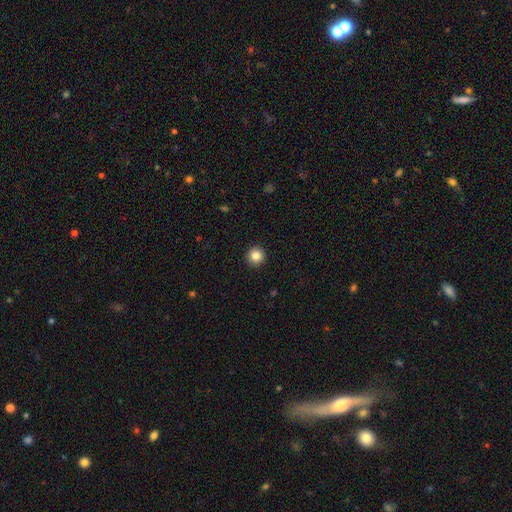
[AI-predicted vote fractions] This is clearly a smooth galaxy (86%). How rounded: clearly round (95%). Merging: clearly none (93%).